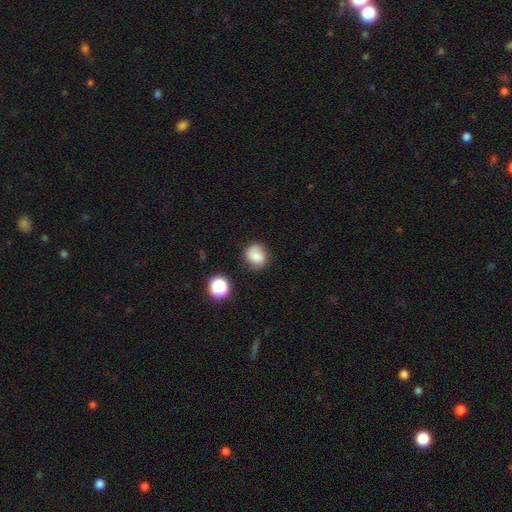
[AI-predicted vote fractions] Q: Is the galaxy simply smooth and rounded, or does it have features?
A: smooth — 65%.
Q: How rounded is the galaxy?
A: round — 70%.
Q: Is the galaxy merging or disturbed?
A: none — 71%.